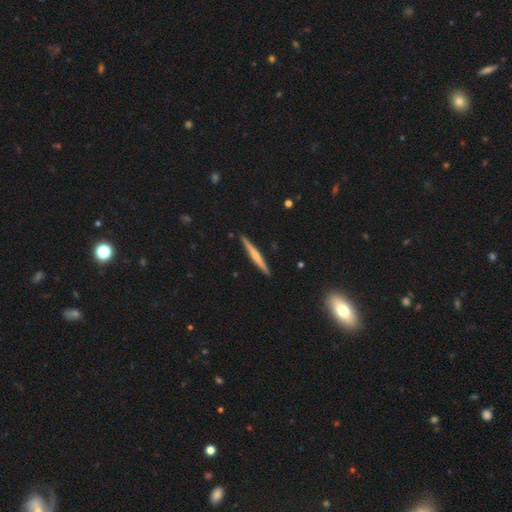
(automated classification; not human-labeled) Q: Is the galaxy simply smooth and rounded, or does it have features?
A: featured or disk — 64%.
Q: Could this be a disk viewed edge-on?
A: yes — 98%.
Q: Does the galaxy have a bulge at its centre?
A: rounded — 70%.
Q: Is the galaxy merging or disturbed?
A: none — 92%.